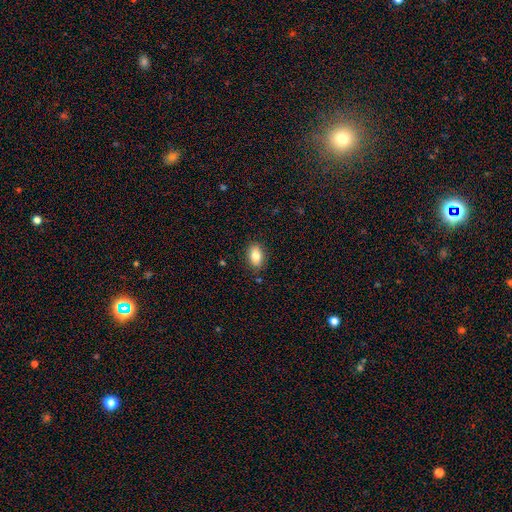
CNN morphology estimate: smooth-or-featured: smooth: 83% | featured or disk: 9% | star or artifact: 8%
  how-rounded: in between: 86% | round: 12% | cigar-shaped: 2%
  merging: none: 86% | minor disturbance: 10% | major disturbance: 2% | merger: 1%